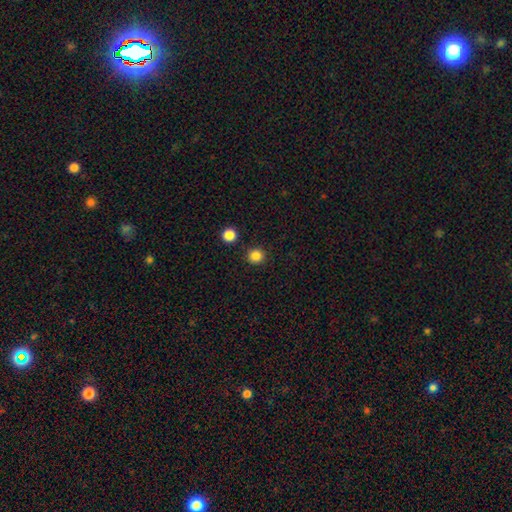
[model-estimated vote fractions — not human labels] This is clearly a smooth galaxy (85%). How rounded: clearly round (94%). Merging: clearly none (91%).